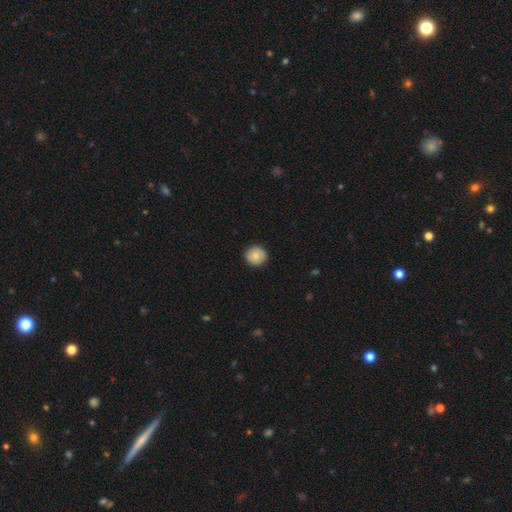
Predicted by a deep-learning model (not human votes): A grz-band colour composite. It shows a smooth galaxy with no disk features (83%) that is round (93%). Merging: none (91%).